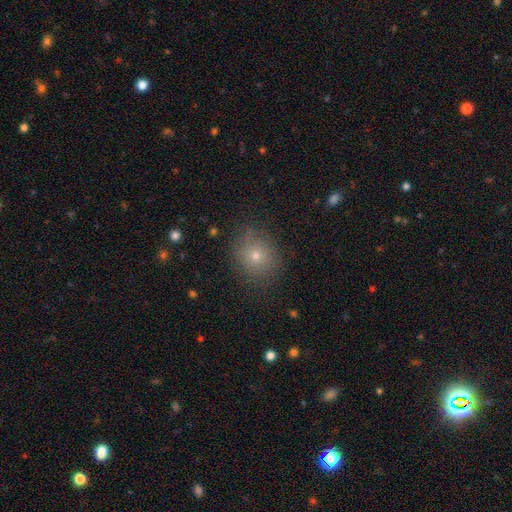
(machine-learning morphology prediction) The model was most divided on "smooth or featured": smooth: 70%, star or artifact: 18%, featured or disk: 12%. More confident: merging — none (82%); how rounded — round (76%).